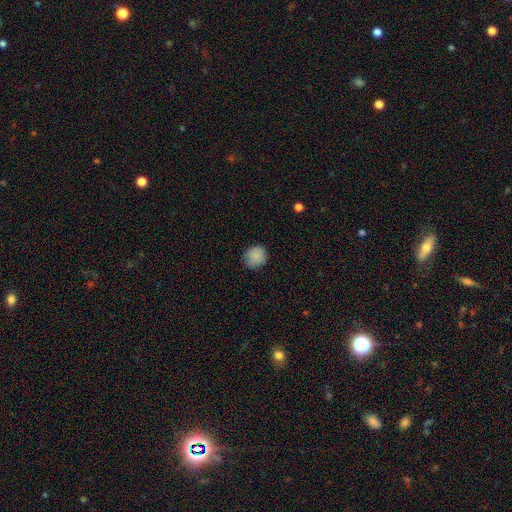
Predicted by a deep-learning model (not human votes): Smooth or featured? smooth (87%)
How rounded? round (84%)
Merging? none (82%)